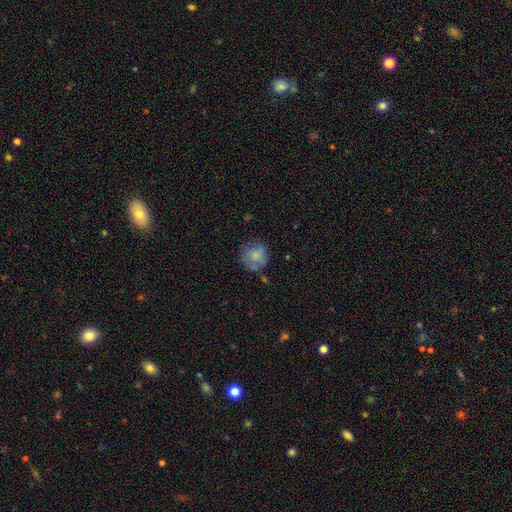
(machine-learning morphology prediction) A smooth galaxy with no disk features (77%) that is round (90%).

Vote fractions:
- Smooth or featured? smooth: 77% / featured or disk: 15% / star or artifact: 8%
- How rounded? round: 90% / in between: 9% / cigar-shaped: 1%
- Merging? none: 70% / minor disturbance: 21% / major disturbance: 6% / merger: 3%